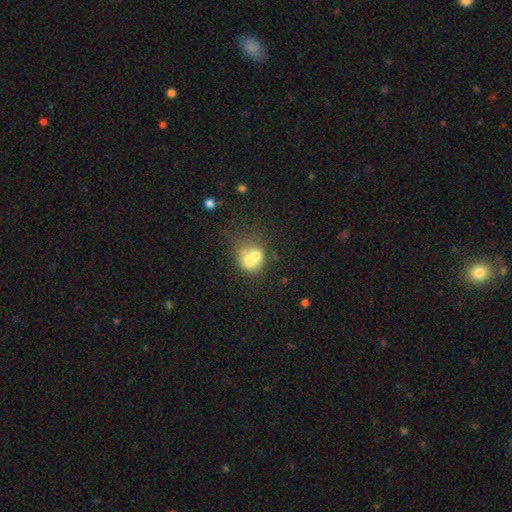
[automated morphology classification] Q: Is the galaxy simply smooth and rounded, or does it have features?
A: smooth — 61%.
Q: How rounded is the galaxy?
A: round — 68%.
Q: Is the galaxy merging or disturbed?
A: merger — 66%.